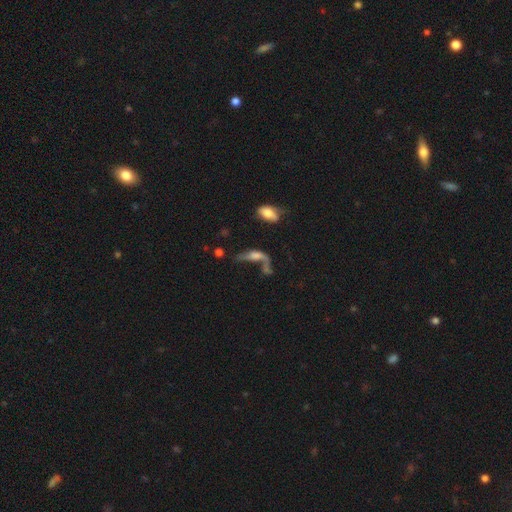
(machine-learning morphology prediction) Smooth or featured? Predicted: featured or disk (p=0.50). Merging? Predicted: major disturbance (p=0.36).